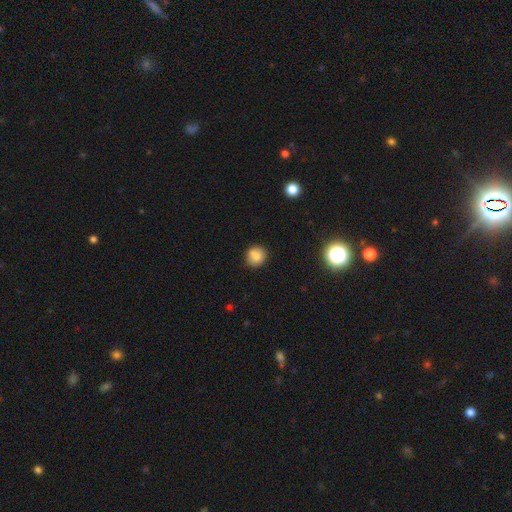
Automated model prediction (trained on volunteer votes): Smooth or featured?
  - smooth: 85% *
  - star or artifact: 10%
  - featured or disk: 5%
How rounded?
  - round: 88% *
  - in between: 11%
  - cigar-shaped: 1%
Merging?
  - none: 89% *
  - minor disturbance: 8%
  - major disturbance: 2%
  - merger: 1%